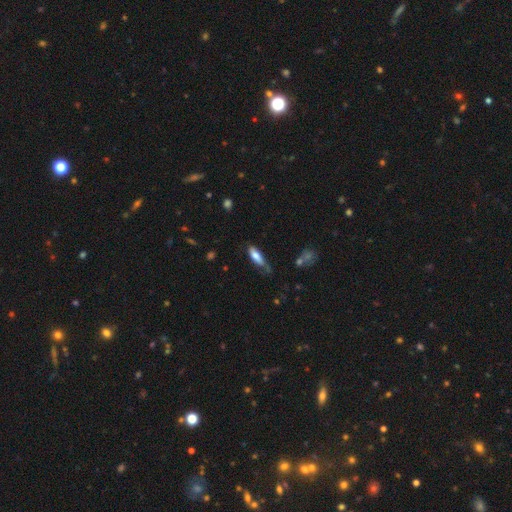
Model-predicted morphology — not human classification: This is likely a smooth galaxy (74%). How rounded: possibly in between (54%). Merging: possibly none (55%).